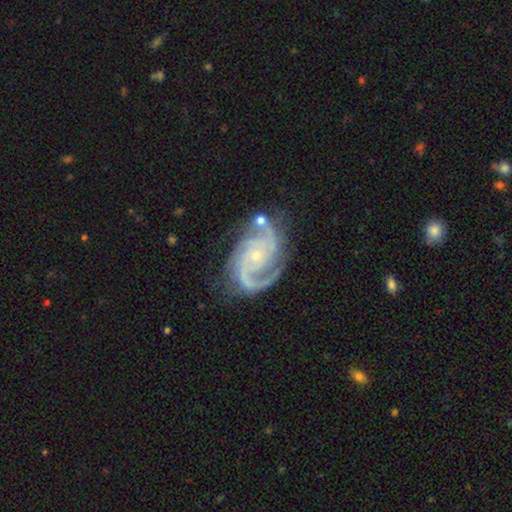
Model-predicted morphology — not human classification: Smooth or featured? featured or disk (92%)
Edge-on disk? no (98%)
Bar? no (63%)
Spiral arms? yes (99%)
Spiral winding? medium (48%)
Spiral arm count? 2 (65%)
Bulge size? small (76%)
Merging? none (65%)